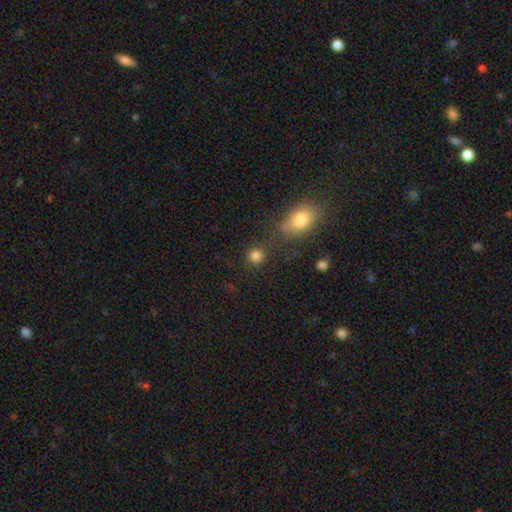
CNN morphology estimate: Smooth or featured: smooth — 82% (star or artifact — 13%)
How rounded: round — 87% (in between — 12%)
Merging: none — 76% (merger — 10%)